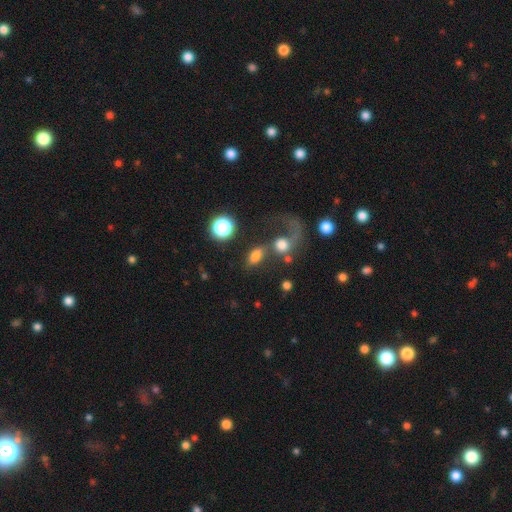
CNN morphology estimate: This appears to be a smooth galaxy with no disk features (71%) that is in between round and cigar-shaped (70%). Merging: none (35%, tied with merger).